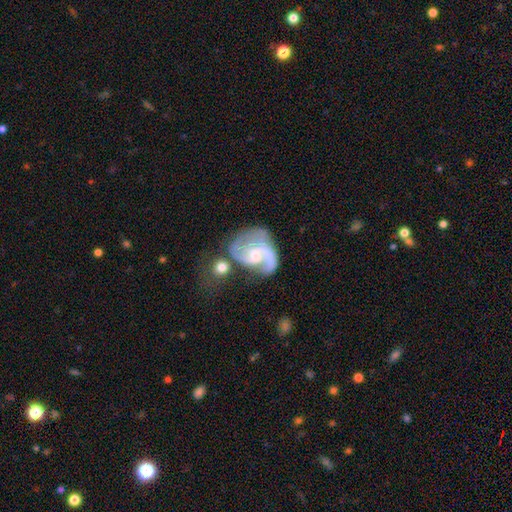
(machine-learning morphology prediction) Smooth or featured? Predicted: featured or disk (p=0.87). Edge-on disk? Predicted: no (p=0.98). Bar? Predicted: no (p=0.50). Spiral arms? Predicted: yes (p=0.96). Spiral winding? Predicted: medium (p=0.52). Spiral arm count? Predicted: 2 (p=0.63). Bulge size? Predicted: small (p=0.46). Merging? Predicted: none (p=0.43).